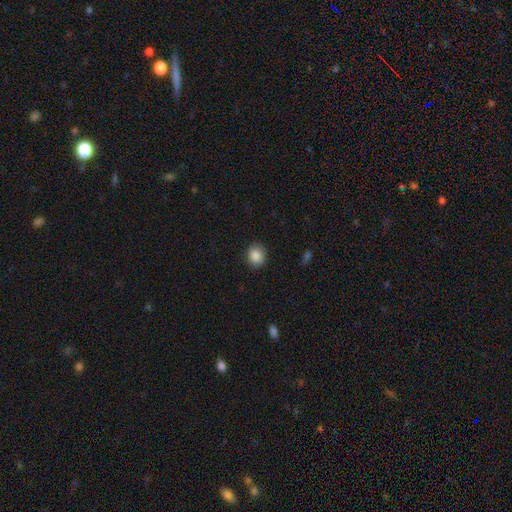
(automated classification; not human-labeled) Smooth or featured? smooth (87%)
How rounded? round (70%)
Merging? none (86%)